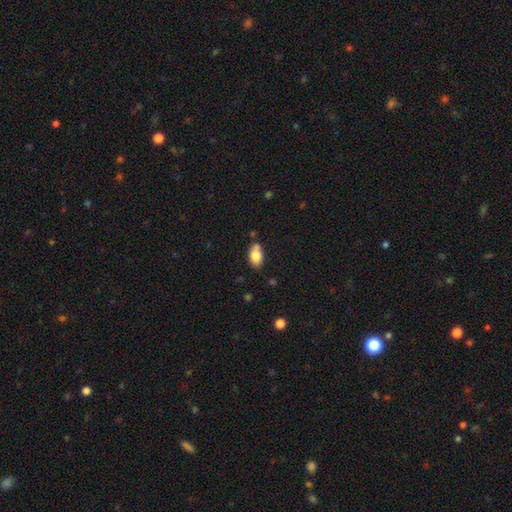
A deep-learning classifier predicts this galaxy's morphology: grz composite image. It shows a smooth galaxy with no disk features (80%) that is in between round and cigar-shaped (90%). Merging: none (67%).